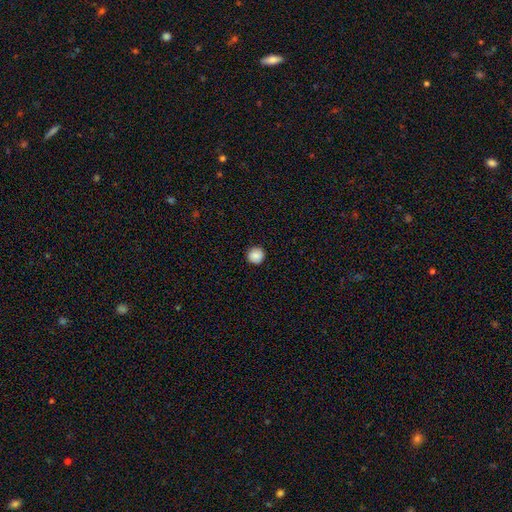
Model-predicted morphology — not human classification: type=smooth (88%); roundness=round (94%); merging=none (91%).